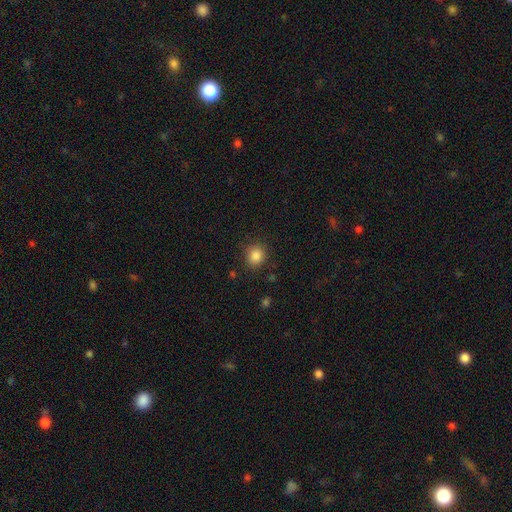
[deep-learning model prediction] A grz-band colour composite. It shows a smooth galaxy with no disk features (85%) that is round (85%). Merging: none (87%).